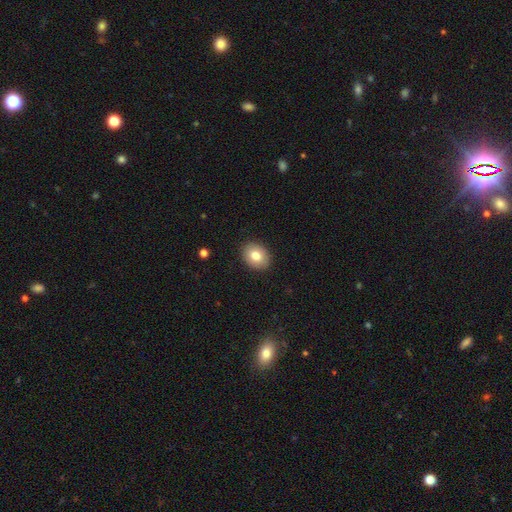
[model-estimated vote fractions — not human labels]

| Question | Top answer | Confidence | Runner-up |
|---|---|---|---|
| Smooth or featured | smooth | 81% | featured or disk (11%) |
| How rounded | in between | 65% | round (34%) |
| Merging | none | 90% | minor disturbance (8%) |